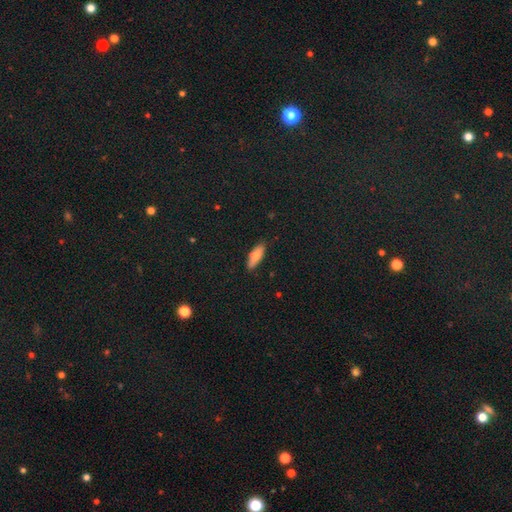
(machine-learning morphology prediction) Smooth or featured?
  - smooth: 80% *
  - featured or disk: 13%
  - star or artifact: 7%
How rounded?
  - in between: 67% *
  - cigar-shaped: 31%
  - round: 2%
Merging?
  - none: 84% *
  - minor disturbance: 13%
  - major disturbance: 2%
  - merger: 1%